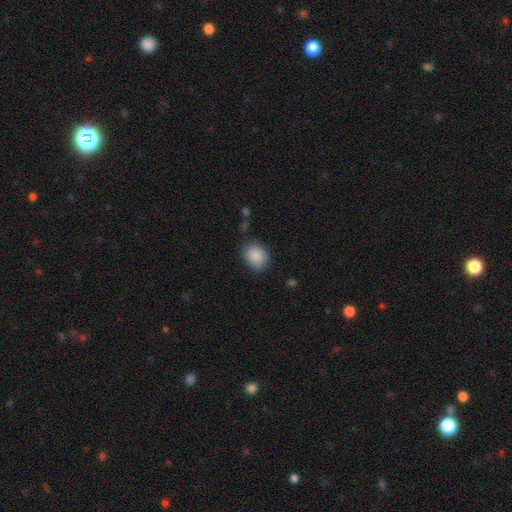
Smooth or featured?
  - smooth: 90% *
  - featured or disk: 5%
  - star or artifact: 5%
How rounded?
  - in between: 69% *
  - round: 31%
  - cigar-shaped: 0%
Merging?
  - none: 84% *
  - minor disturbance: 11%
  - major disturbance: 3%
  - merger: 3%